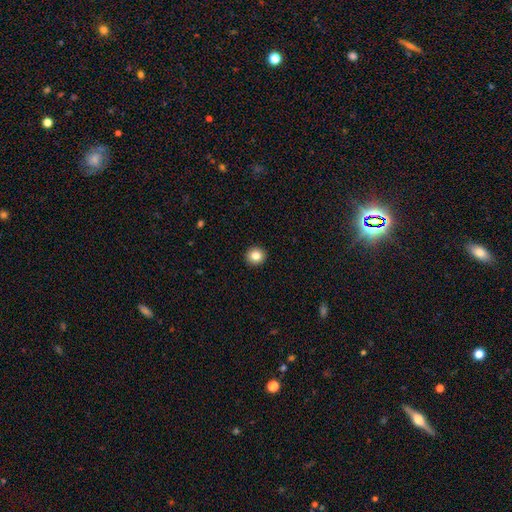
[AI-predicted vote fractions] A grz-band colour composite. It shows a smooth galaxy with no disk features (83%) that is round (92%). Merging: none (93%).